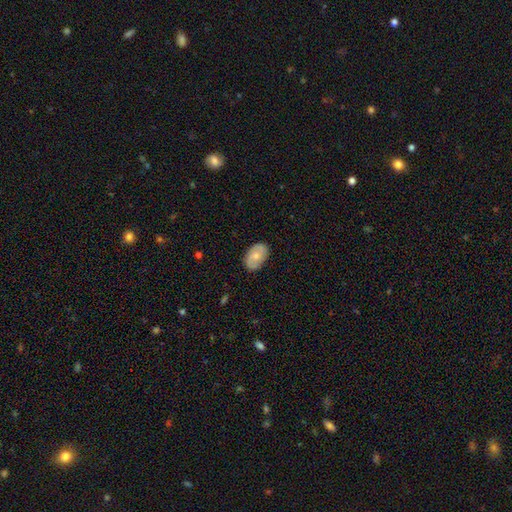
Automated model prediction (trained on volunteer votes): This is possibly a smooth galaxy (60%). How rounded: clearly in between (90%). Merging: clearly none (83%).